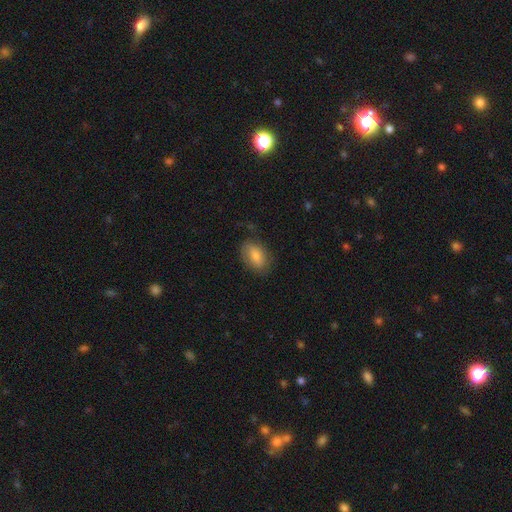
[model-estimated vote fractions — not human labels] Q: Smooth or featured?
A: smooth (76%); runner-up: featured or disk (17%)
Q: How rounded?
A: in between (89%); runner-up: round (9%)
Q: Merging?
A: none (71%); runner-up: minor disturbance (20%)